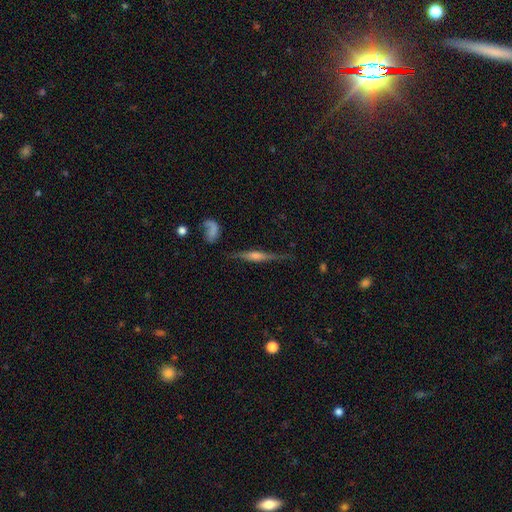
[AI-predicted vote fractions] A featured or disk galaxy (74%) viewed edge-on (95%) with a rounded central bulge (71%). Merging: none (76%).